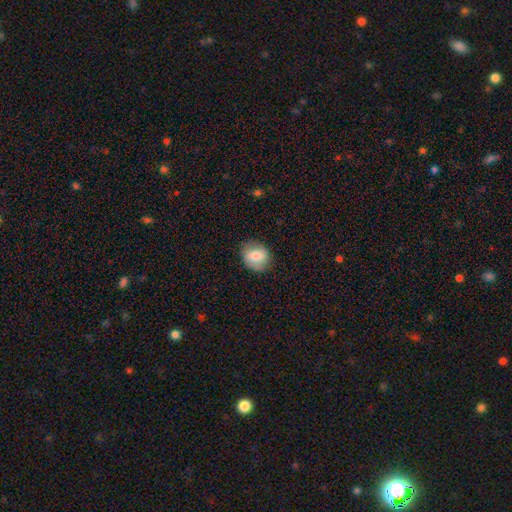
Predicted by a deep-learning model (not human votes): Smooth or featured? smooth (72%)
How rounded? round (66%)
Merging? none (84%)